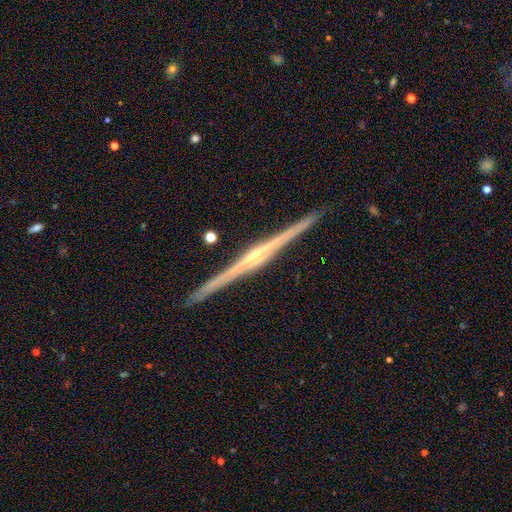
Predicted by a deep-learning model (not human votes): Q: Smooth or featured?
A: featured or disk (87%); runner-up: smooth (8%)
Q: Edge-on disk?
A: yes (99%); runner-up: no (1%)
Q: Edge-on bulge?
A: rounded (68%); runner-up: none (19%)
Q: Merging?
A: none (93%); runner-up: minor disturbance (5%)